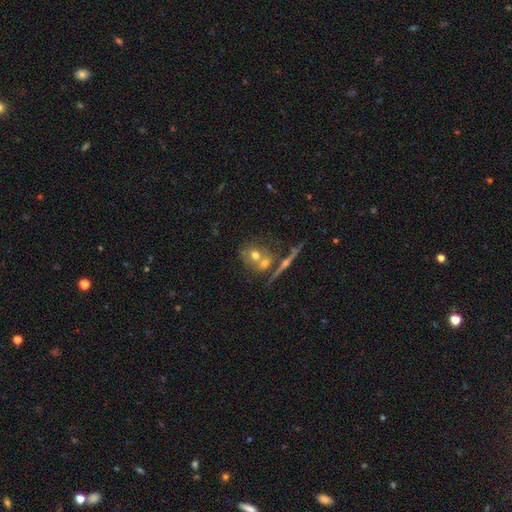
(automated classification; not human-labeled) Smooth or featured? Predicted: smooth (p=0.47). Merging? Predicted: merger (p=0.44).